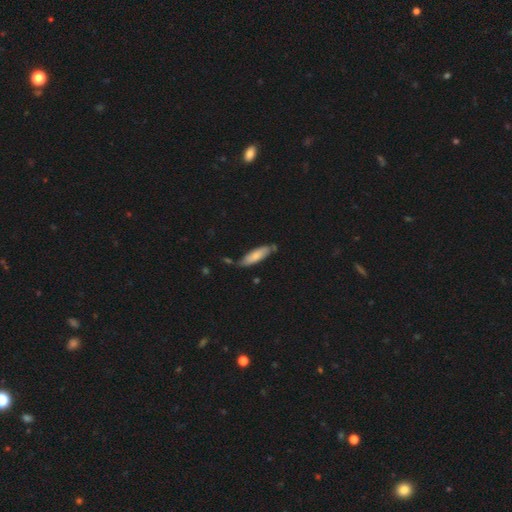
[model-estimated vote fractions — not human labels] smooth 72%, featured or disk 22%, star or artifact 5%. Down the decision tree: how rounded — cigar-shaped (59%); merging — none (69%).